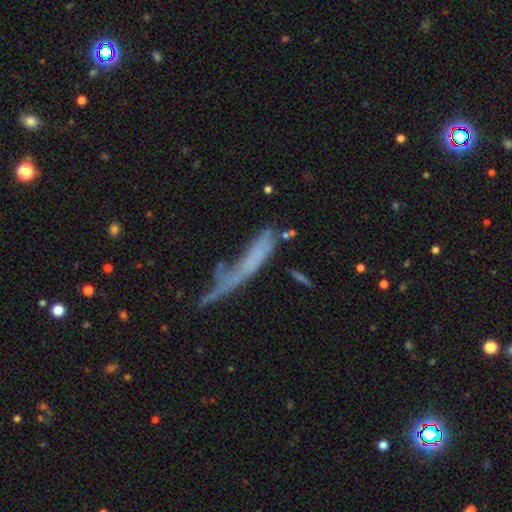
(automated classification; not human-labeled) Morphology: type=smooth (44%); merging=major disturbance (33%).